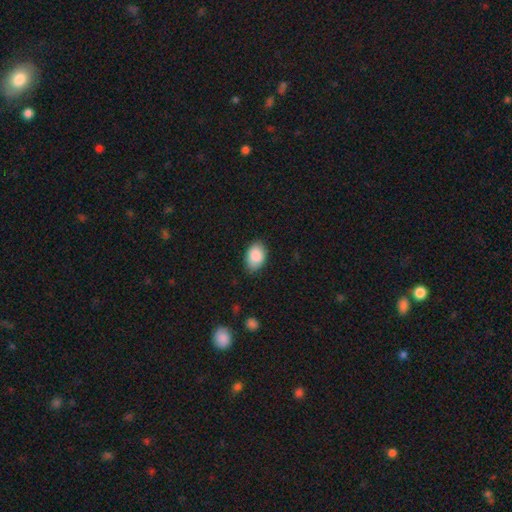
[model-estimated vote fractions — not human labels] smooth 88%, star or artifact 7%, featured or disk 5%. Down the decision tree: how rounded — in between (87%); merging — none (81%).